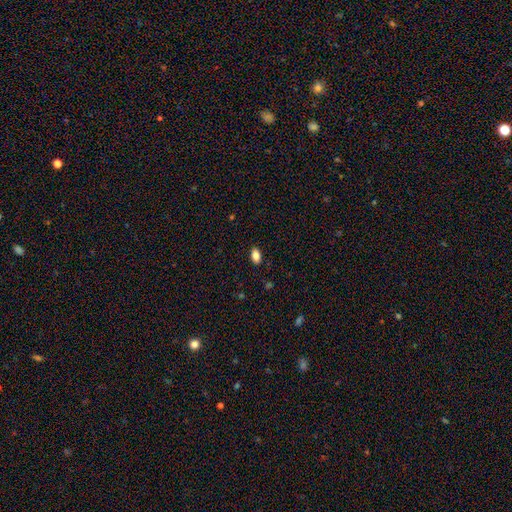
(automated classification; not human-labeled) Smooth or featured? Predicted: smooth (p=0.85). How rounded? Predicted: in between (p=0.90). Merging? Predicted: none (p=0.89).